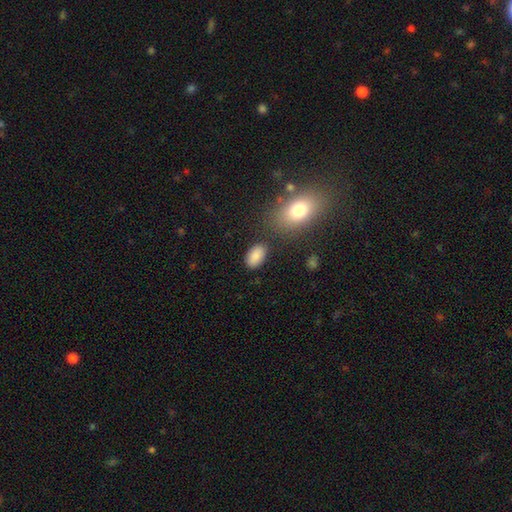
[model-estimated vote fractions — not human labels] The model was most divided on "merging": none: 81%, minor disturbance: 11%, merger: 4%, major disturbance: 3%. More confident: how rounded — in between (93%); smooth or featured — smooth (87%).